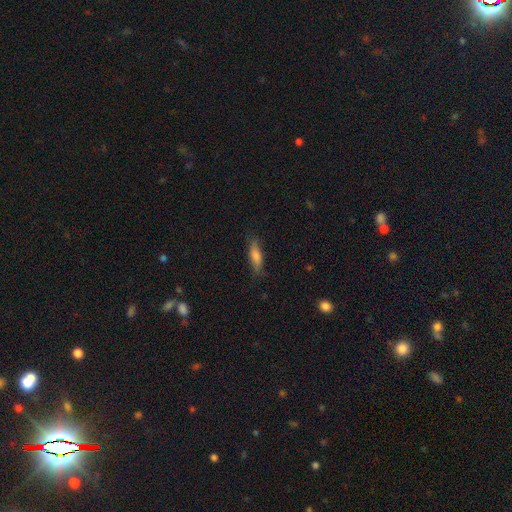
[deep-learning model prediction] smooth 62%, featured or disk 29%, star or artifact 9%. Down the decision tree: how rounded — cigar-shaped (67%); merging — none (80%).